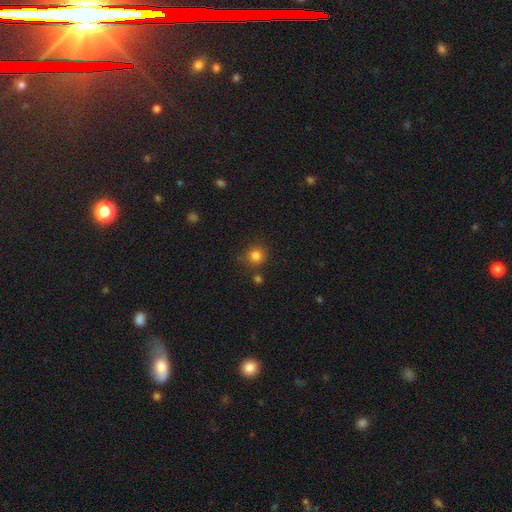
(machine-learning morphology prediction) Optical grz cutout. It shows a smooth galaxy with no disk features (82%) that is round (92%). Merging: none (81%).